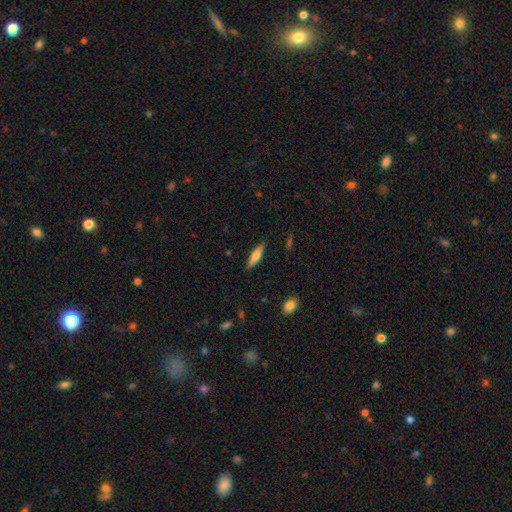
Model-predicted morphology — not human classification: Smooth or featured? Predicted: smooth (p=0.72). How rounded? Predicted: cigar-shaped (p=0.63). Merging? Predicted: none (p=0.87).